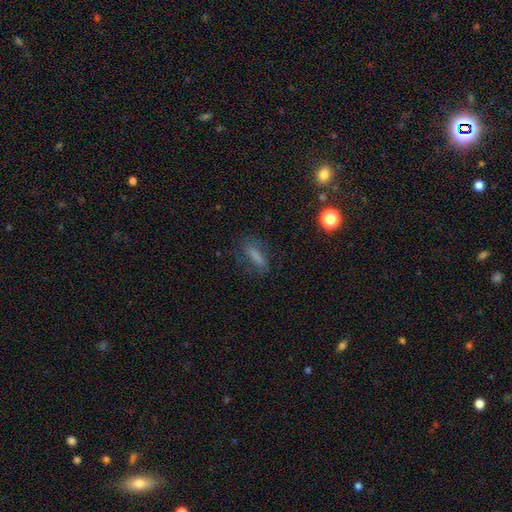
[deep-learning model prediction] smooth_or_featured: smooth (p=0.69) [alt: featured or disk p=0.18]
how_rounded: cigar-shaped (p=0.62) [alt: in between p=0.34]
merging: none (p=0.74) [alt: minor disturbance p=0.16]